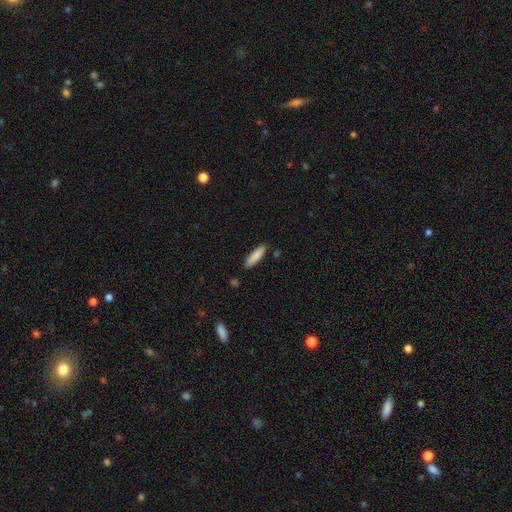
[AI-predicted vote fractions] smooth 86%, featured or disk 8%, star or artifact 6%. Down the decision tree: how rounded — cigar-shaped (69%); merging — none (85%).